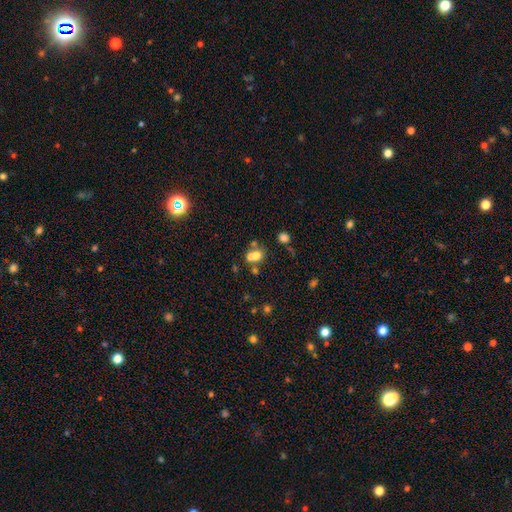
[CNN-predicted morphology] smooth-or-featured: smooth: 63% | featured or disk: 21% | star or artifact: 16%
  how-rounded: round: 65% | in between: 34% | cigar-shaped: 1%
  merging: merger: 56% | none: 32% | minor disturbance: 8% | major disturbance: 5%